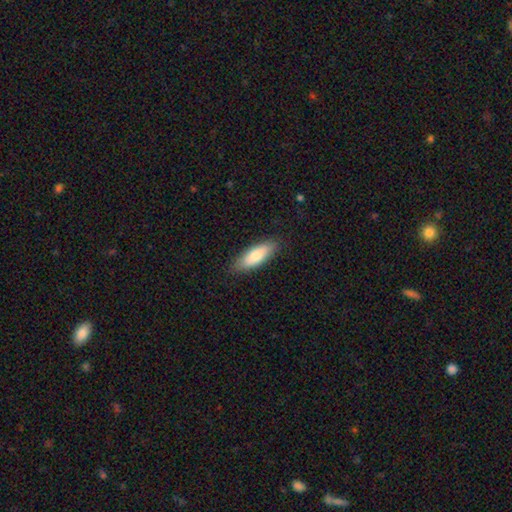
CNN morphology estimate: A smooth galaxy with no disk features (79%) that is in between round and cigar-shaped (65%). Merging: none (85%).